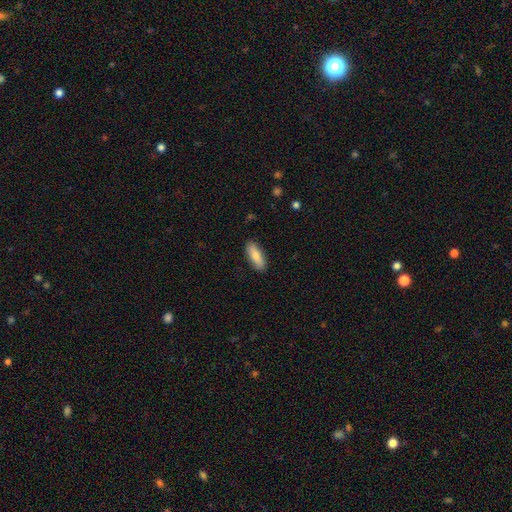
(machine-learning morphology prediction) Overall: smooth (79%). How rounded: in between (66%; cigar-shaped 32%). Merging: none (88%).